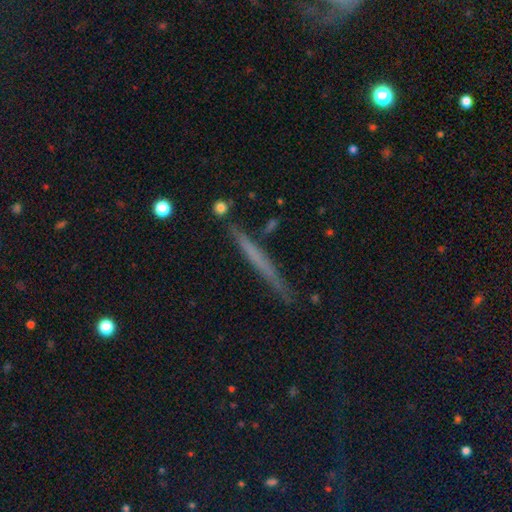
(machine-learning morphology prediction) Q: Smooth or featured?
A: smooth (48%); runner-up: featured or disk (45%)
Q: Merging?
A: none (84%); runner-up: minor disturbance (11%)